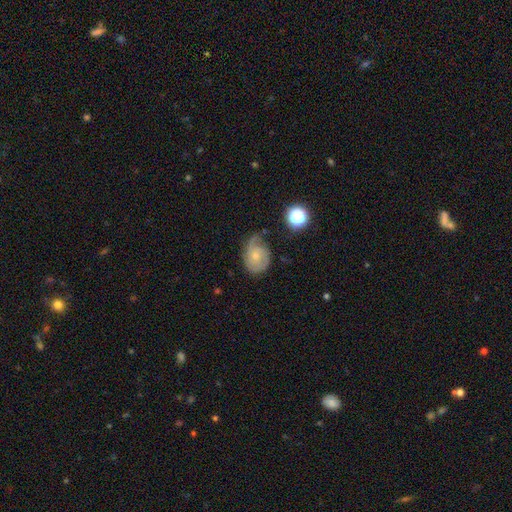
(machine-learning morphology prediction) type=featured or disk (61%); edge-on=no (97%); bar=no (77%); spiral arms=yes (87%); winding=tight (41%); arm count=2 (35%); bulge=small (66%); merging=none (45%).